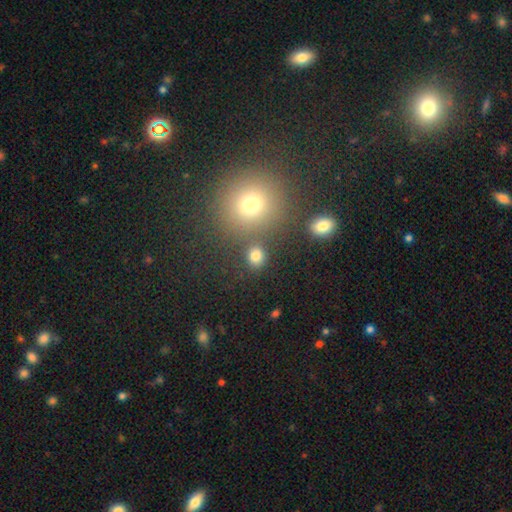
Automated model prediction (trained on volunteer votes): Morphology: type=smooth (80%); roundness=round (75%); merging=none (79%).